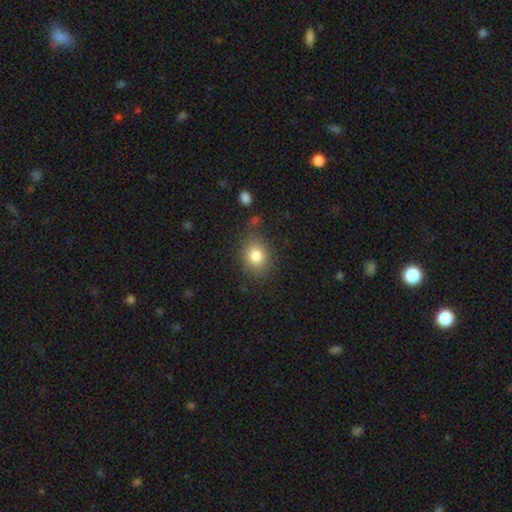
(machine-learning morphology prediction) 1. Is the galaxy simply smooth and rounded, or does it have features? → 81% smooth, 10% star or artifact, 8% featured or disk.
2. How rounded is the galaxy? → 58% round, 41% in between, 1% cigar-shaped.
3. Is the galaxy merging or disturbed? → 79% none, 14% minor disturbance, 4% major disturbance, 3% merger.